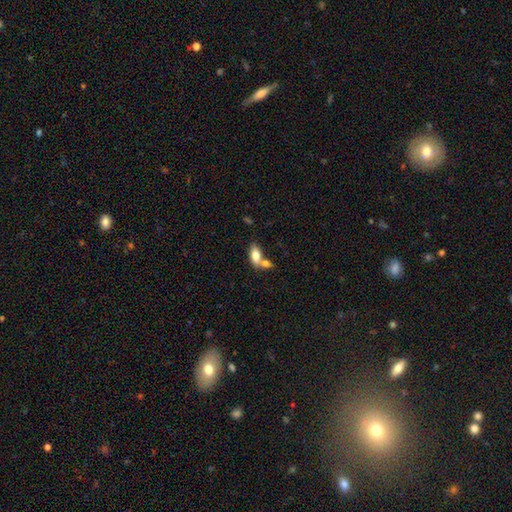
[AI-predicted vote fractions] A smooth galaxy with no disk features (77%) that is in between round and cigar-shaped (87%).

Vote fractions:
- Smooth or featured? smooth: 77% / featured or disk: 15% / star or artifact: 7%
- How rounded? in between: 87% / cigar-shaped: 8% / round: 4%
- Merging? merger: 50% / none: 36% / minor disturbance: 10% / major disturbance: 4%